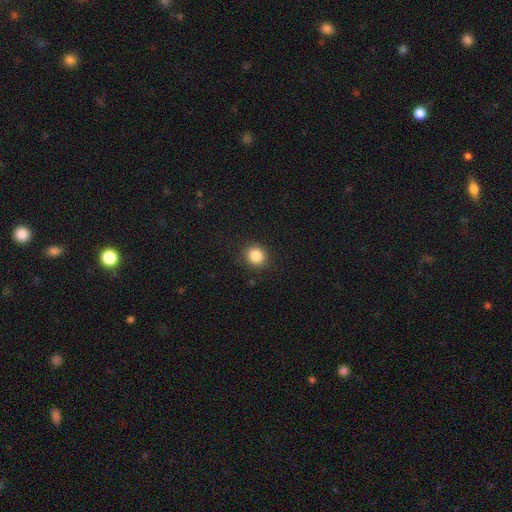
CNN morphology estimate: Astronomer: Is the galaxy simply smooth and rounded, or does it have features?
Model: smooth — 85%.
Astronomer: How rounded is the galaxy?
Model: round — 83%.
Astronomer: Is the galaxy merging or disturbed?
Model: none — 89%.